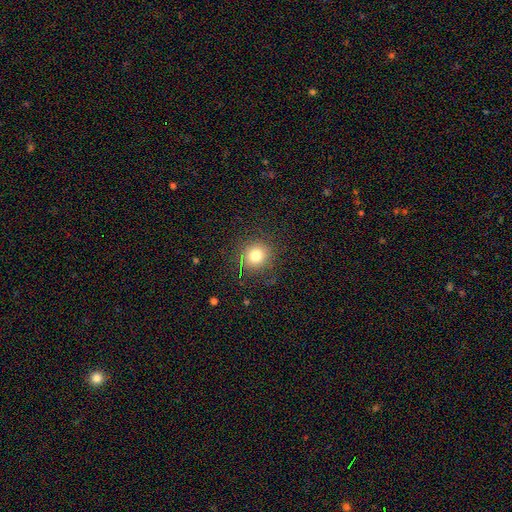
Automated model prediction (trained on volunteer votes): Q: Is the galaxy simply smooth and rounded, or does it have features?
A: smooth — 76%.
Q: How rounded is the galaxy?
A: round — 88%.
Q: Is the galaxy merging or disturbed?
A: none — 85%.